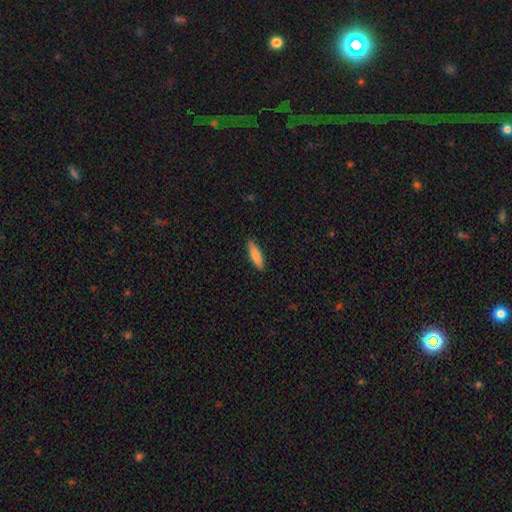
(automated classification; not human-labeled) A smooth galaxy with no disk features (79%) that is cigar-shaped (70%). Merging: none (89%).